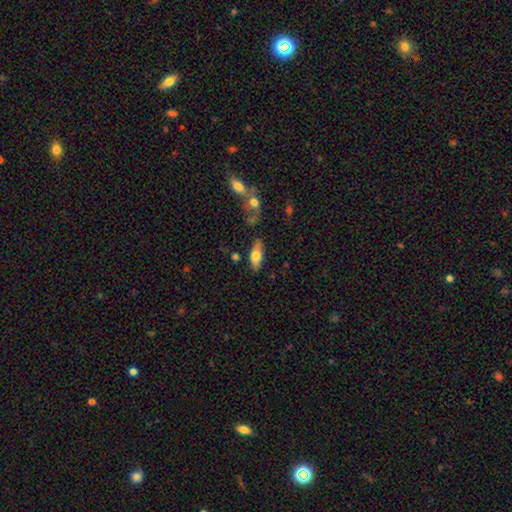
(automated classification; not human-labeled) The model was most divided on "smooth or featured": smooth: 61%, featured or disk: 33%, star or artifact: 6%. More confident: merging — none (80%); how rounded — in between (68%).